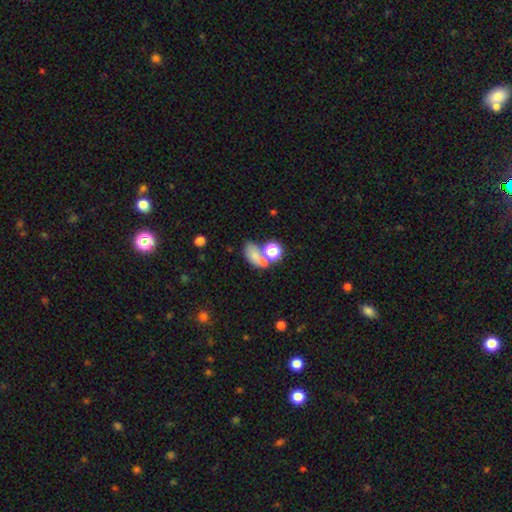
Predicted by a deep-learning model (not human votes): The model was most divided on "merging": merger: 43%, none: 32%, major disturbance: 13%, minor disturbance: 13%. More confident: how rounded — in between (71%); smooth or featured — smooth (64%).